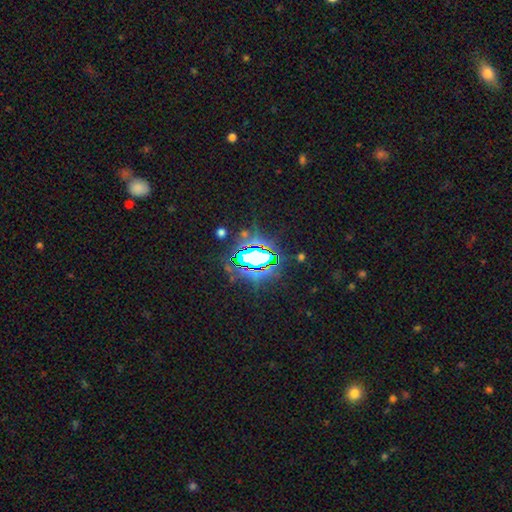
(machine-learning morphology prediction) Smooth or featured? star or artifact (72%)